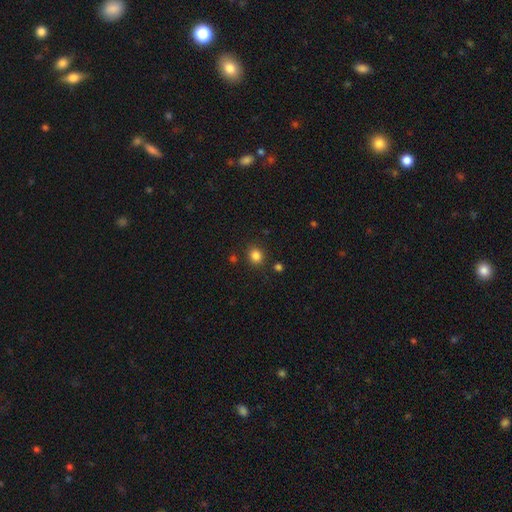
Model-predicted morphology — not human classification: Overall: smooth (83%). How rounded: round (78%). Merging: none (85%).